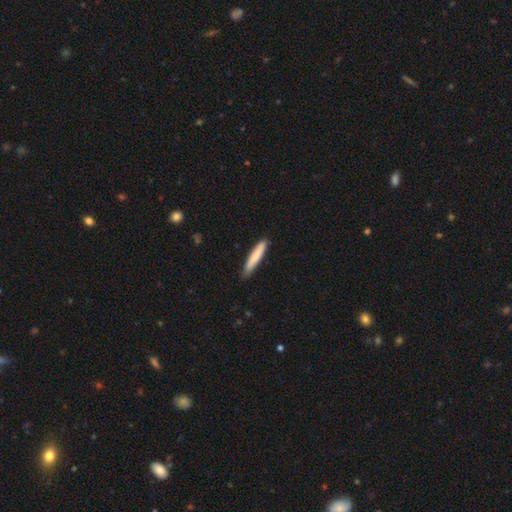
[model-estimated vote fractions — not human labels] Smooth or featured? smooth (81%)
How rounded? cigar-shaped (91%)
Merging? none (83%)